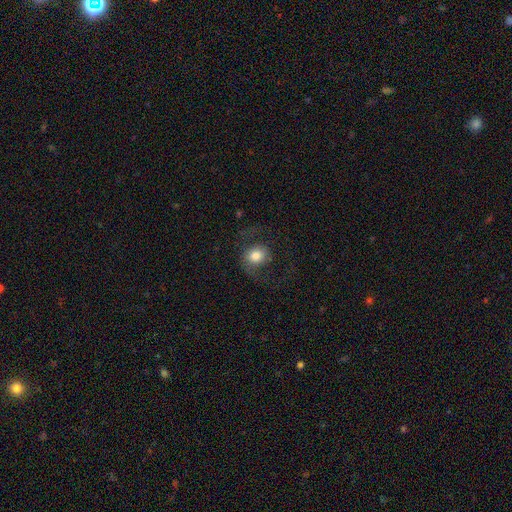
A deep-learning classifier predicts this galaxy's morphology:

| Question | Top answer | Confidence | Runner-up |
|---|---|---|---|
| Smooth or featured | smooth | 61% | featured or disk (30%) |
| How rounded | round | 70% | in between (29%) |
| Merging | none | 53% | major disturbance (28%) |